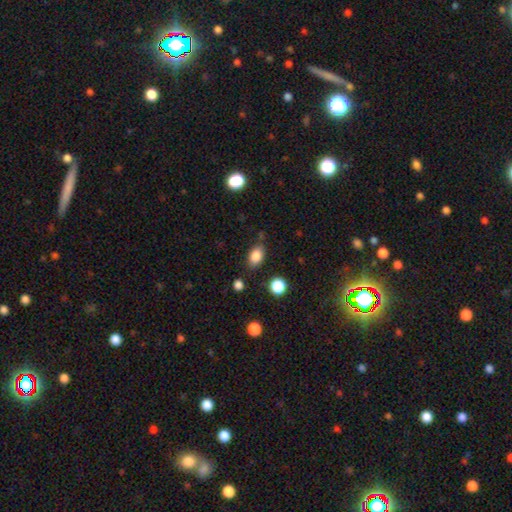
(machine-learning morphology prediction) A smooth galaxy with no disk features (85%) that is in between round and cigar-shaped (83%).

Vote fractions:
- Smooth or featured? smooth: 85% / star or artifact: 9% / featured or disk: 6%
- How rounded? in between: 83% / round: 15% / cigar-shaped: 2%
- Merging? none: 77% / minor disturbance: 15% / major disturbance: 4% / merger: 4%